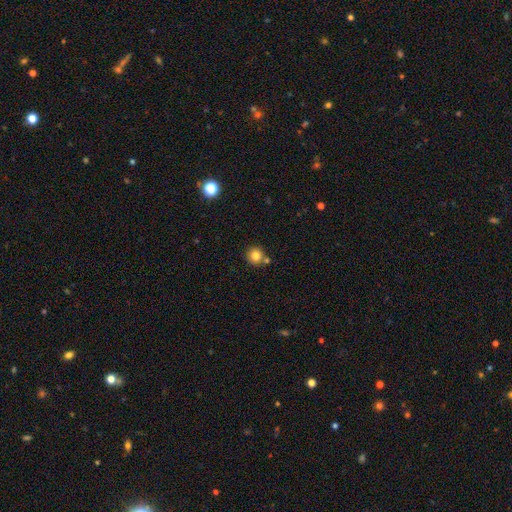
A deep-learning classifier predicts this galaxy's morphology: The model was most divided on "merging": none: 75%, merger: 14%, minor disturbance: 9%, major disturbance: 2%. More confident: how rounded — round (92%); smooth or featured — smooth (81%).